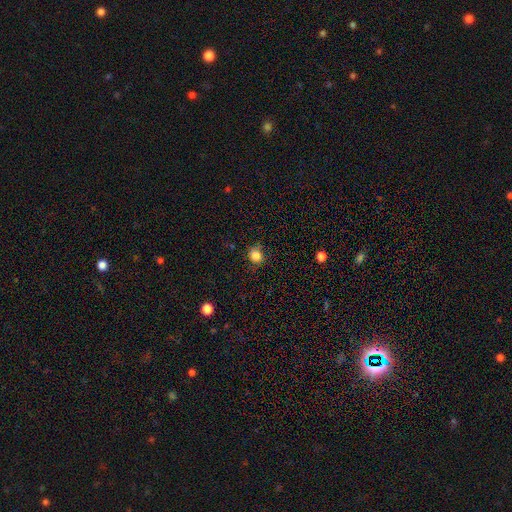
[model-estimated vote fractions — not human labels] Morphology: type=smooth (83%); roundness=round (79%); merging=none (79%).